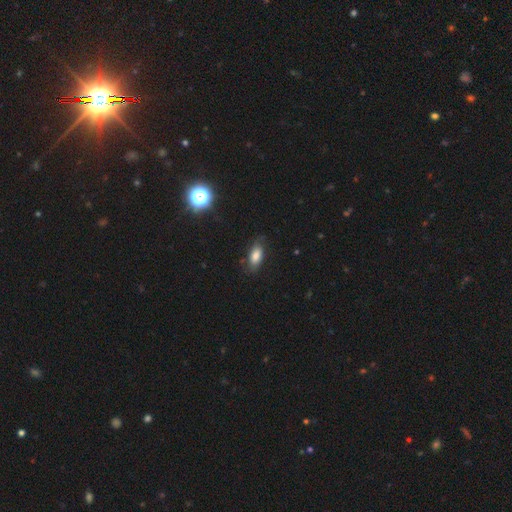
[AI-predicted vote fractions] This is likely a smooth galaxy (76%). How rounded: clearly in between (87%). Merging: likely none (75%).